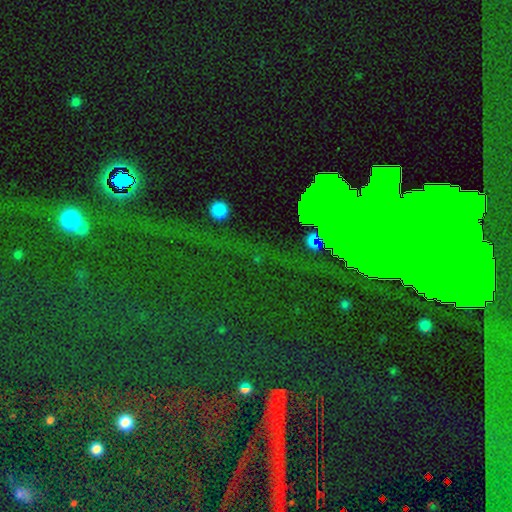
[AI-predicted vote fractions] Morphology: type=star or artifact (76%).